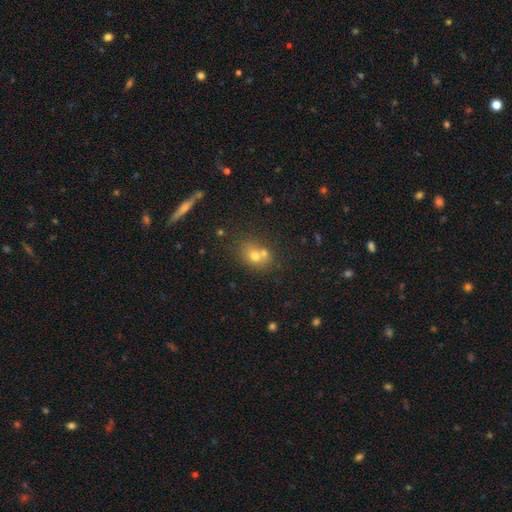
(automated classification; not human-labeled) smooth_or_featured: smooth (p=0.64) [alt: featured or disk p=0.18]
how_rounded: round (p=0.57) [alt: in between p=0.41]
merging: none (p=0.44) [alt: merger p=0.43]